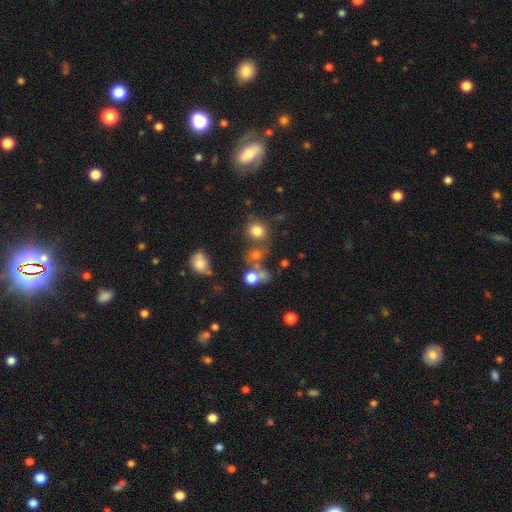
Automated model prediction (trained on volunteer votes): Smooth or featured: smooth — 62% (star or artifact — 26%)
How rounded: round — 79% (in between — 20%)
Merging: none — 52% (merger — 26%)